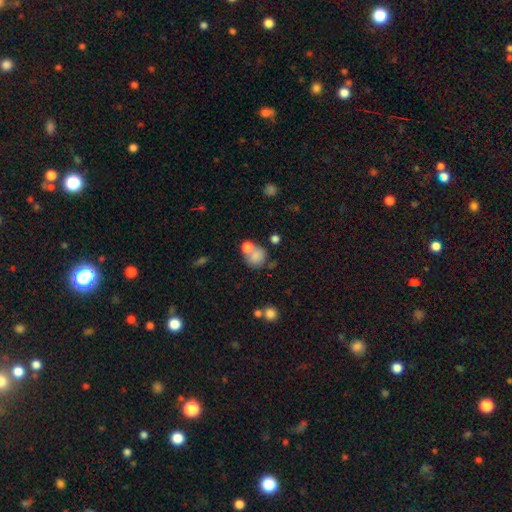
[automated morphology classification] A smooth galaxy with no disk features (77%) that is round (77%). Merging: none (43%).